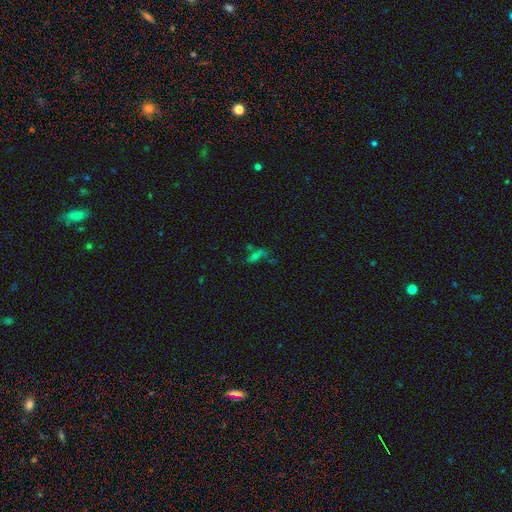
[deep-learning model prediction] Smooth or featured? smooth (49%)
Merging? none (42%)